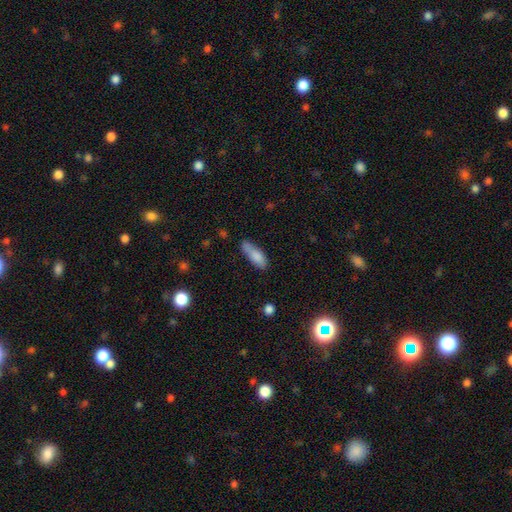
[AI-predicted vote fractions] Morphology: type=smooth (82%); roundness=in between (62%); merging=none (57%).